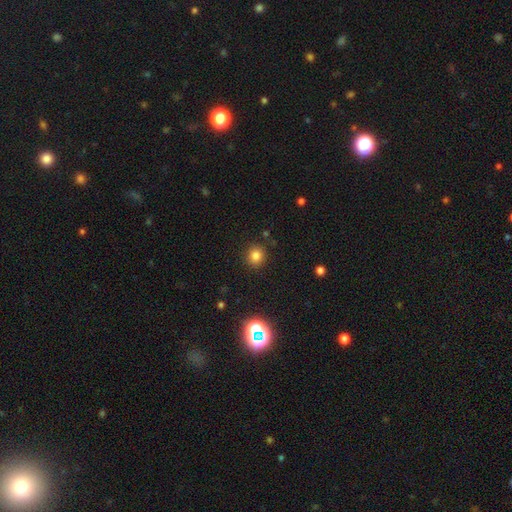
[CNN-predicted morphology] type=smooth (80%); roundness=round (87%); merging=none (89%).